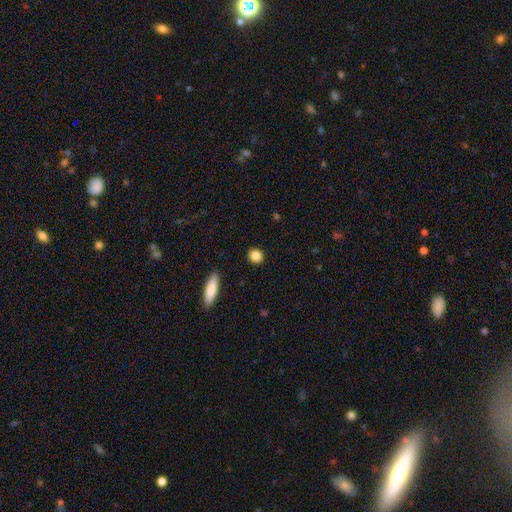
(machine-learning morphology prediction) A smooth galaxy with no disk features (86%) that is round (77%).

Vote fractions:
- Smooth or featured? smooth: 86% / star or artifact: 9% / featured or disk: 5%
- How rounded? round: 77% / in between: 21% / cigar-shaped: 2%
- Merging? none: 90% / minor disturbance: 6% / major disturbance: 2% / merger: 1%